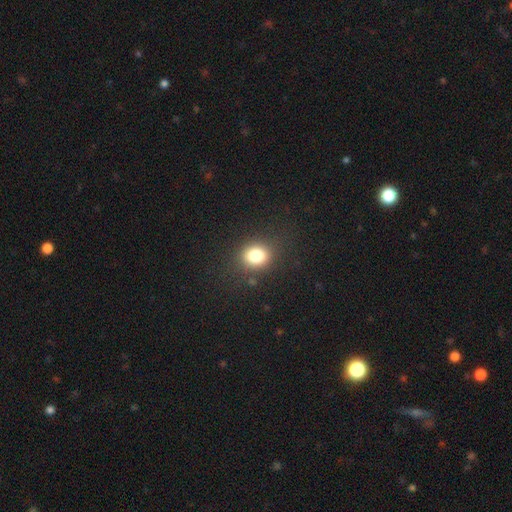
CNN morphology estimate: smooth-or-featured: smooth: 81% | star or artifact: 12% | featured or disk: 7%
  how-rounded: round: 59% | in between: 40% | cigar-shaped: 1%
  merging: none: 83% | minor disturbance: 11% | major disturbance: 5% | merger: 2%